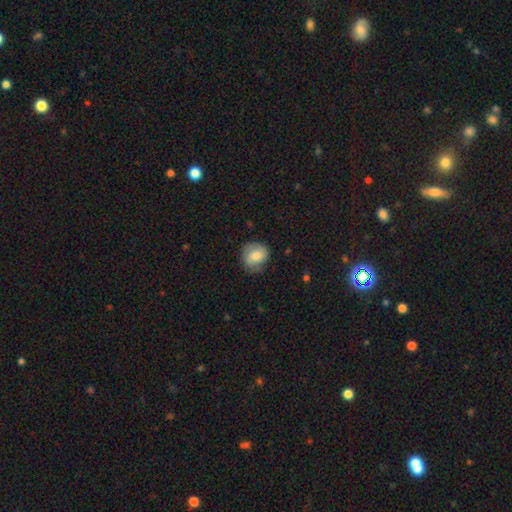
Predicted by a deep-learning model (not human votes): Overall: smooth (68%). How rounded: round (80%). Merging: none (74%).